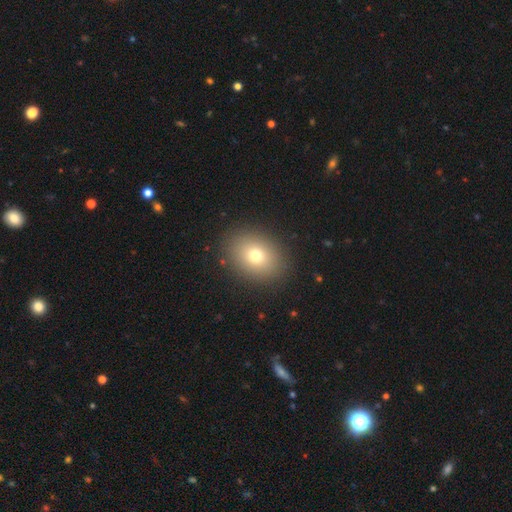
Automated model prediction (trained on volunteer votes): This appears to be a smooth galaxy with no disk features (74%) that is in between round and cigar-shaped (57%). Merging: none (88%).